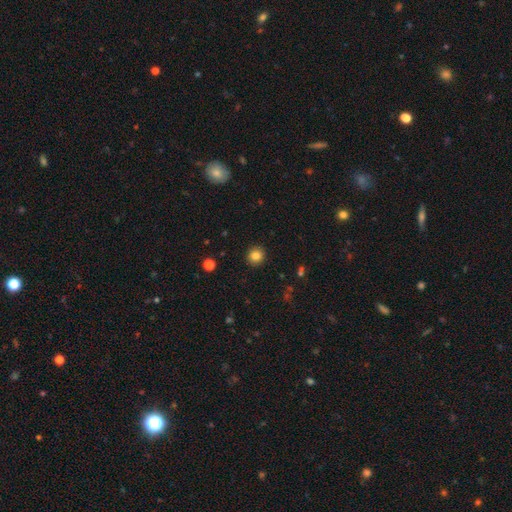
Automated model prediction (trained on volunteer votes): Smooth or featured? Predicted: smooth (p=0.83). How rounded? Predicted: round (p=0.93). Merging? Predicted: none (p=0.92).